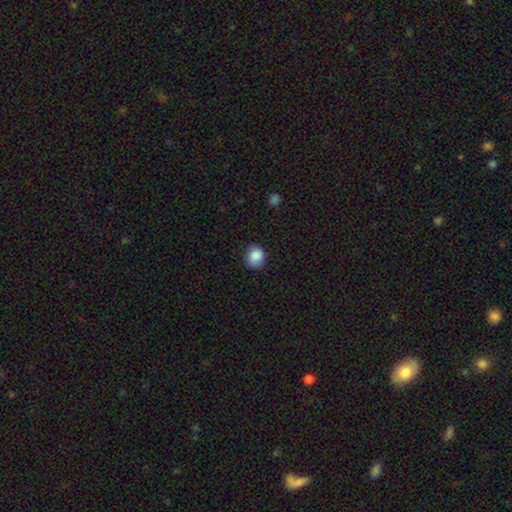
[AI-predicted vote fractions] Smooth or featured? smooth (87%)
How rounded? round (77%)
Merging? none (79%)